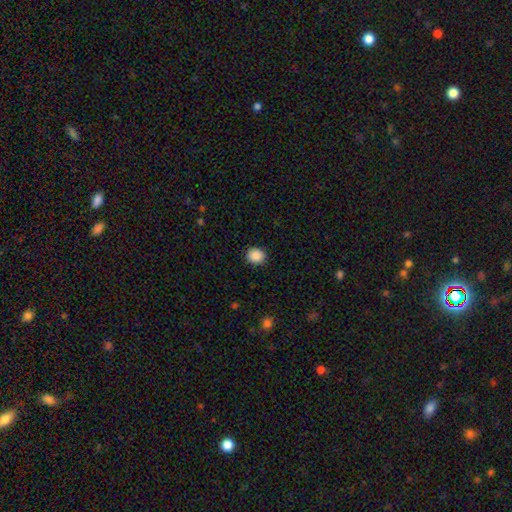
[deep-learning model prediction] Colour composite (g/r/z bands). It shows a smooth galaxy with no disk features (89%) that is round (76%). Merging: none (91%).